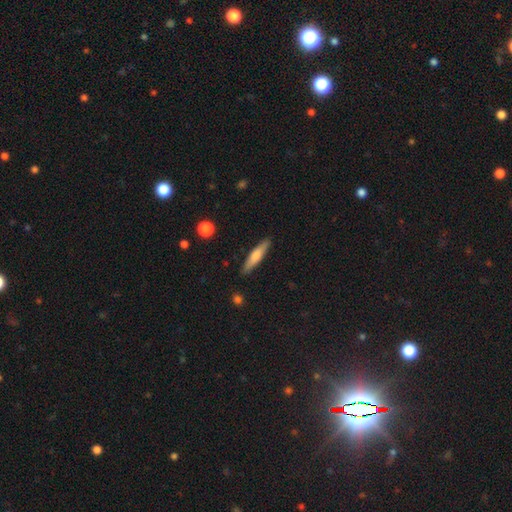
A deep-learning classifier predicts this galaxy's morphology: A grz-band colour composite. It shows a smooth galaxy with no disk features (62%) that is cigar-shaped (85%). Merging: none (89%).